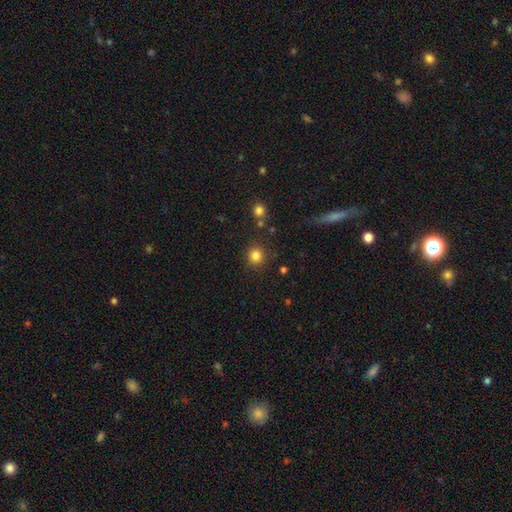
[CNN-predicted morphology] Smooth or featured?
  - smooth: 83% *
  - star or artifact: 12%
  - featured or disk: 4%
How rounded?
  - round: 92% *
  - in between: 7%
  - cigar-shaped: 1%
Merging?
  - none: 86% *
  - minor disturbance: 8%
  - merger: 3%
  - major disturbance: 3%